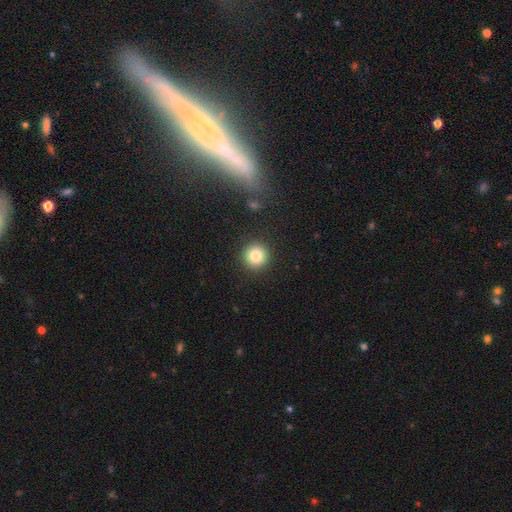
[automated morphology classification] Smooth or featured? smooth (83%)
How rounded? round (94%)
Merging? none (91%)